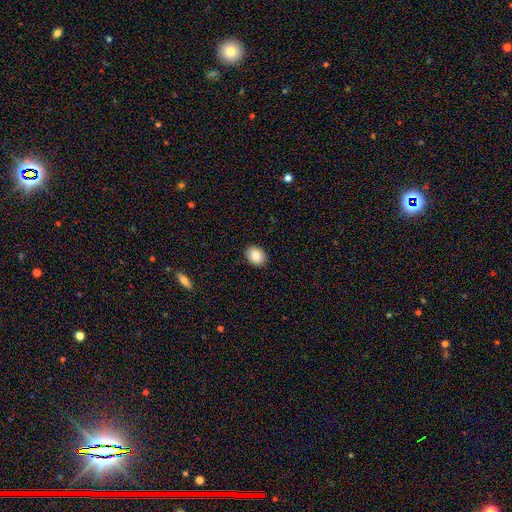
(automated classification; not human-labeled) A smooth galaxy with no disk features (85%) that is round (51%).

Vote fractions:
- Smooth or featured? smooth: 85% / star or artifact: 8% / featured or disk: 7%
- How rounded? round: 51% / in between: 48% / cigar-shaped: 1%
- Merging? none: 89% / minor disturbance: 8% / major disturbance: 2% / merger: 1%